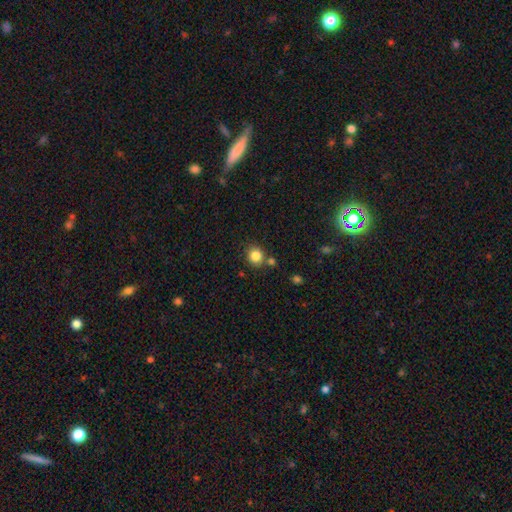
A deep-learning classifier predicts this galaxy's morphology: smooth 84%, star or artifact 11%, featured or disk 5%. Down the decision tree: how rounded — round (85%); merging — none (76%).